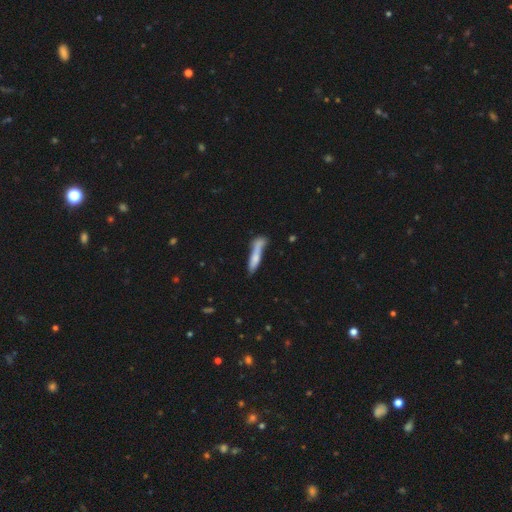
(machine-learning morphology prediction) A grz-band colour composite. It shows a smooth galaxy with no disk features (67%) that is cigar-shaped (86%). Merging: none (47%).